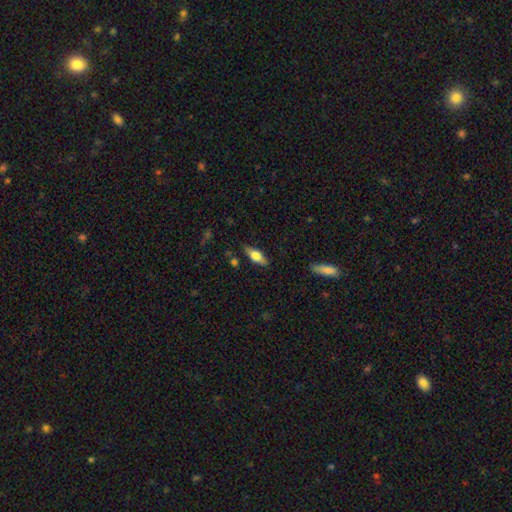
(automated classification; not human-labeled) Q: Smooth or featured?
A: smooth (58%); runner-up: featured or disk (35%)
Q: How rounded?
A: in between (67%); runner-up: cigar-shaped (30%)
Q: Merging?
A: none (83%); runner-up: minor disturbance (12%)